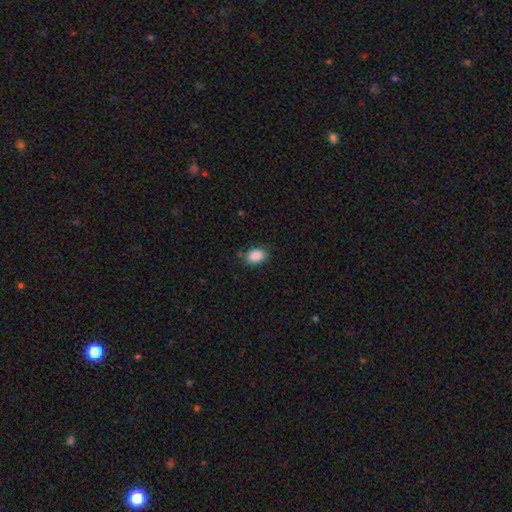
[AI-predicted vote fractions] Smooth or featured?
  - smooth: 88% *
  - star or artifact: 8%
  - featured or disk: 4%
How rounded?
  - in between: 81% *
  - round: 18%
  - cigar-shaped: 1%
Merging?
  - none: 78% *
  - minor disturbance: 17%
  - major disturbance: 3%
  - merger: 2%